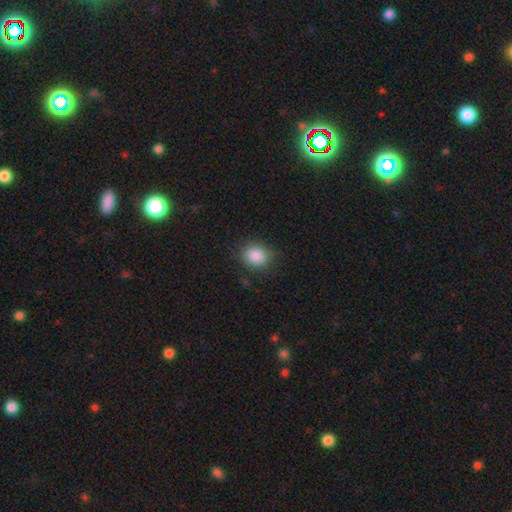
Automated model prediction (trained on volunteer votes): Q: Smooth or featured?
A: smooth (87%); runner-up: star or artifact (9%)
Q: How rounded?
A: round (61%); runner-up: in between (38%)
Q: Merging?
A: none (82%); runner-up: minor disturbance (13%)